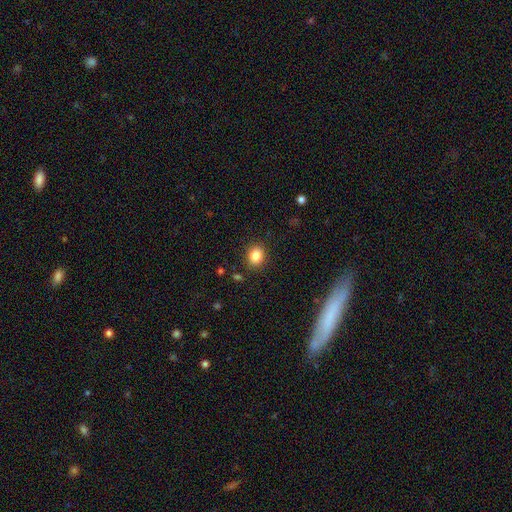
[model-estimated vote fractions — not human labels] Smooth or featured?
  - smooth: 85% *
  - star or artifact: 10%
  - featured or disk: 5%
How rounded?
  - round: 59% *
  - in between: 41%
  - cigar-shaped: 1%
Merging?
  - none: 88% *
  - minor disturbance: 8%
  - major disturbance: 3%
  - merger: 2%